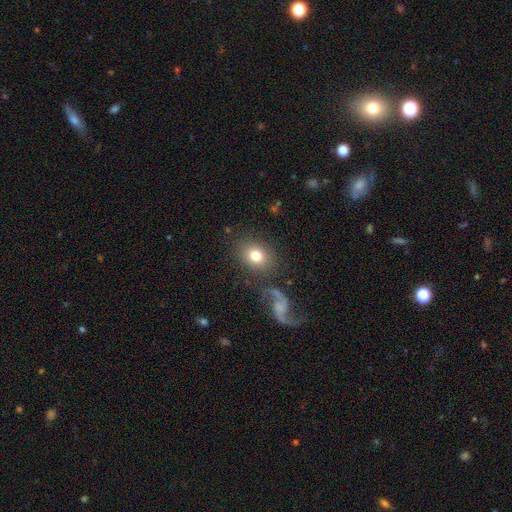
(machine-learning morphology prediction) A smooth galaxy with no disk features (76%) that is round (54%). Merging: none (80%).